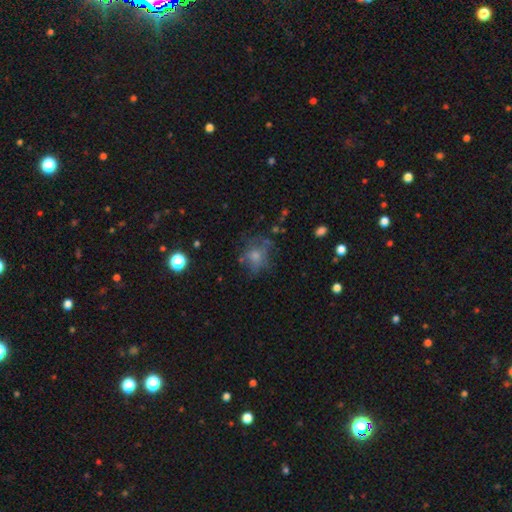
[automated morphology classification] A smooth galaxy with no disk features (47%).

Vote fractions:
- Smooth or featured? smooth: 47% / featured or disk: 31% / star or artifact: 22%
- Merging? none: 60% / minor disturbance: 20% / major disturbance: 17% / merger: 4%